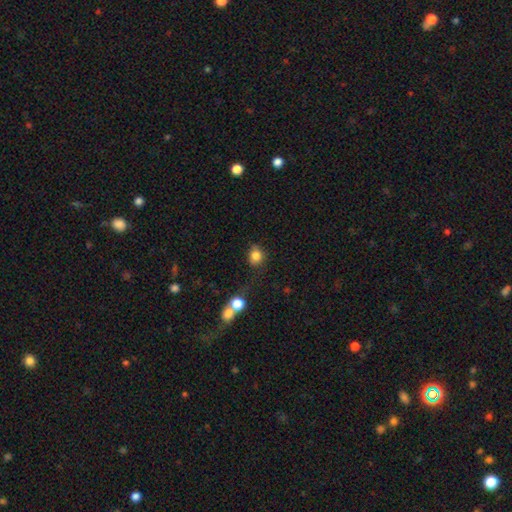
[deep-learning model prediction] smooth-or-featured: smooth: 82% | star or artifact: 11% | featured or disk: 7%
  how-rounded: round: 74% | in between: 25% | cigar-shaped: 1%
  merging: none: 62% | minor disturbance: 20% | merger: 9% | major disturbance: 9%